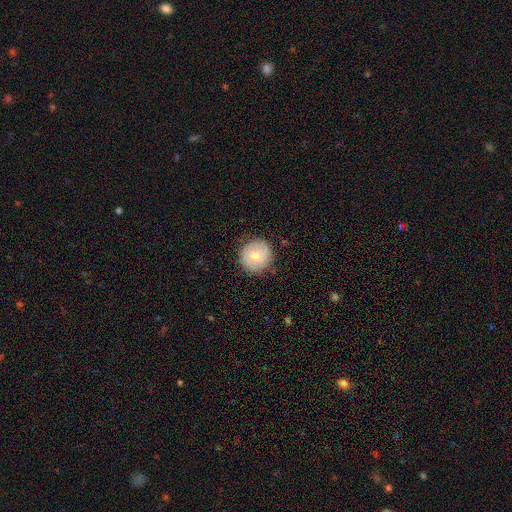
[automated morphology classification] smooth_or_featured: smooth (p=0.69) [alt: featured or disk p=0.24]
how_rounded: round (p=0.93) [alt: in between p=0.06]
merging: none (p=0.87) [alt: minor disturbance p=0.09]